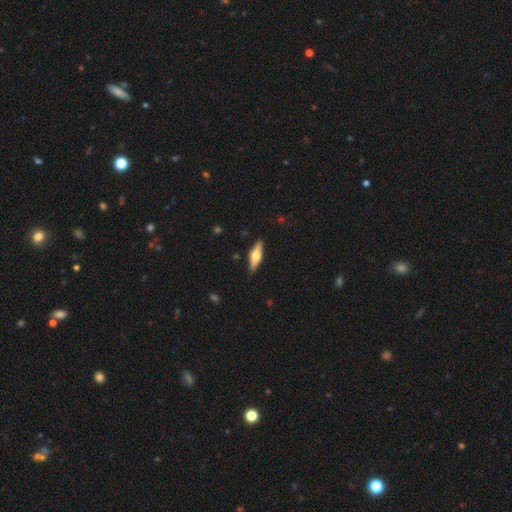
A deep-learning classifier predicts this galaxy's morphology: This appears to be a featured or disk galaxy (49%). Merging: none (88%).